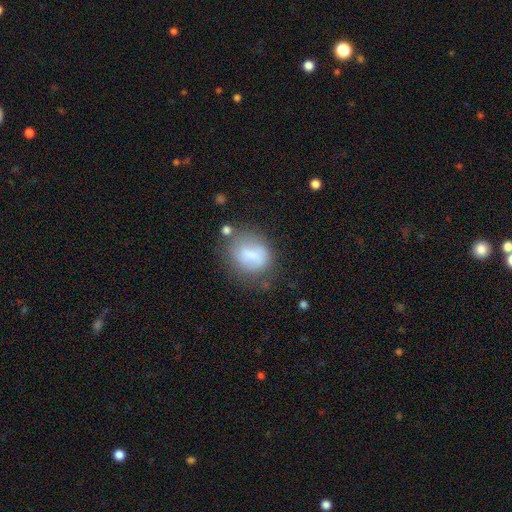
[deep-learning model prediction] The model was most divided on "how rounded": round: 59%, in between: 39%, cigar-shaped: 1%. Remaining: smooth or featured — smooth (68%); merging — none (49%).